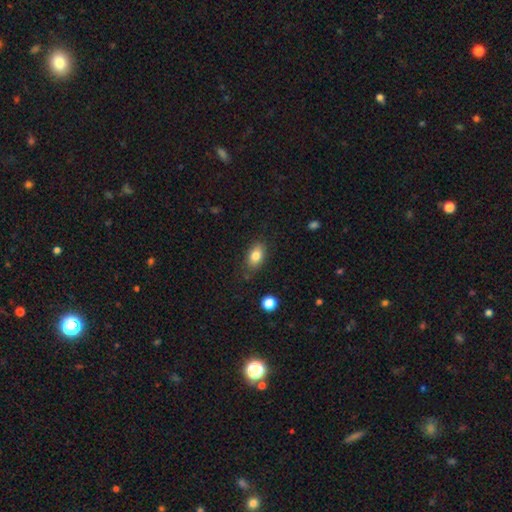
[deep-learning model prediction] smooth 82%, featured or disk 9%, star or artifact 8%. Down the decision tree: how rounded — in between (86%); merging — none (77%).